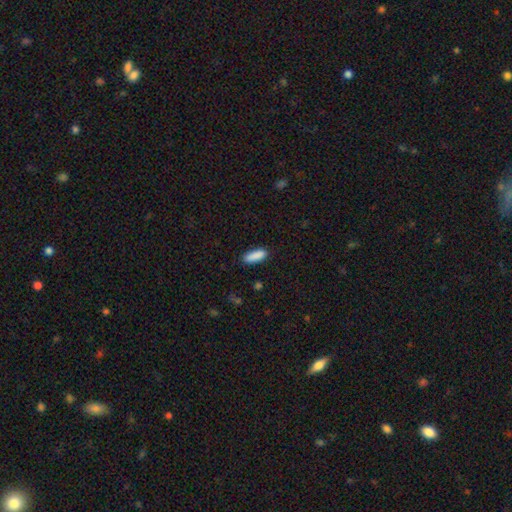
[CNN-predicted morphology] This appears to be a smooth galaxy with no disk features (89%) that is in between round and cigar-shaped (61%). Merging: none (86%).